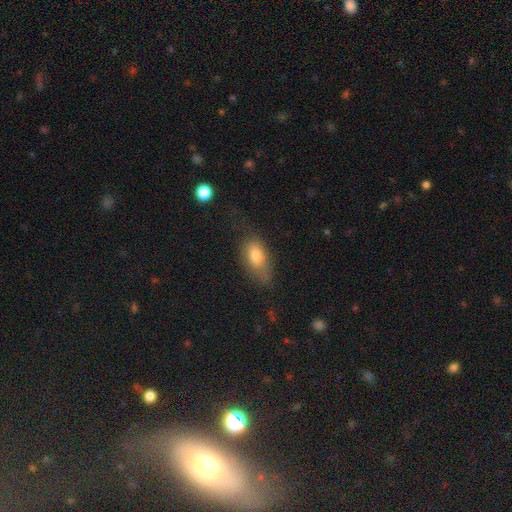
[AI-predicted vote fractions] smooth 75%, featured or disk 16%, star or artifact 9%. Down the decision tree: how rounded — in between (86%); merging — none (53%).